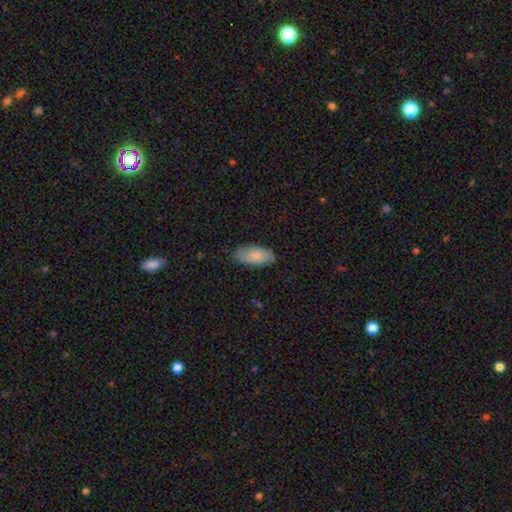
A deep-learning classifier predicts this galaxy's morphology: Smooth or featured? Predicted: smooth (p=0.81). How rounded? Predicted: in between (p=0.91). Merging? Predicted: none (p=0.76).